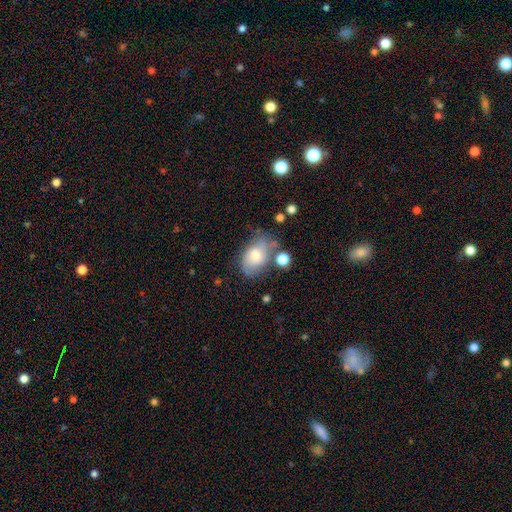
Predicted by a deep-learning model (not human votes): smooth_or_featured: smooth (p=0.58) [alt: featured or disk p=0.33]
how_rounded: in between (p=0.81) [alt: round p=0.17]
merging: none (p=0.48) [alt: minor disturbance p=0.27]